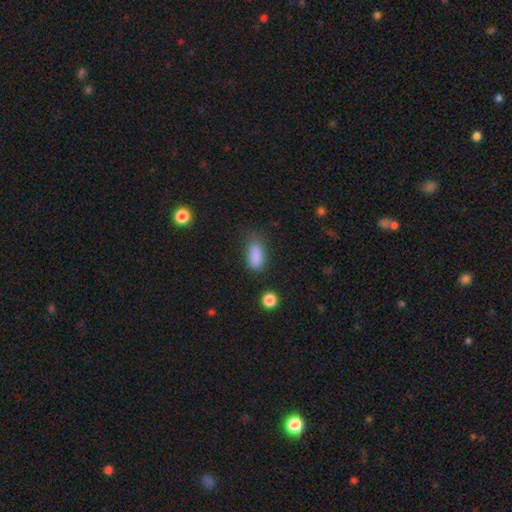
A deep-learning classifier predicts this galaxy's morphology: smooth 86%, star or artifact 9%, featured or disk 5%. Down the decision tree: how rounded — in between (86%); merging — none (65%).